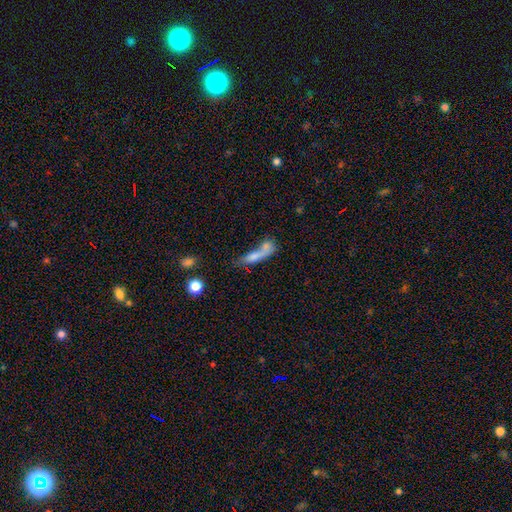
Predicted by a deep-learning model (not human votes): Overall: smooth (68%). How rounded: cigar-shaped (62%; in between 32%). Merging: merger (50%; none 28%).